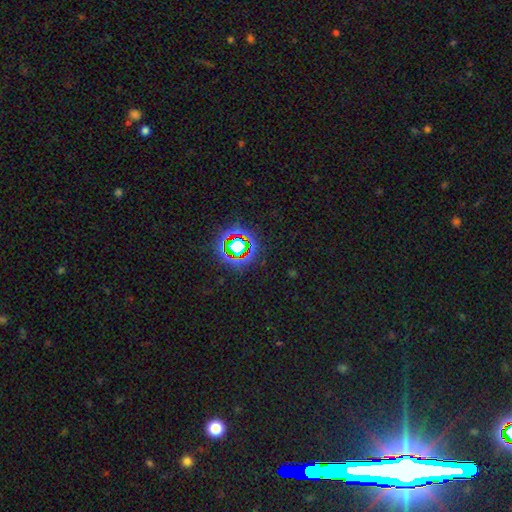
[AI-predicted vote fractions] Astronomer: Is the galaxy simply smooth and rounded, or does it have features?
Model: star or artifact — 74%.